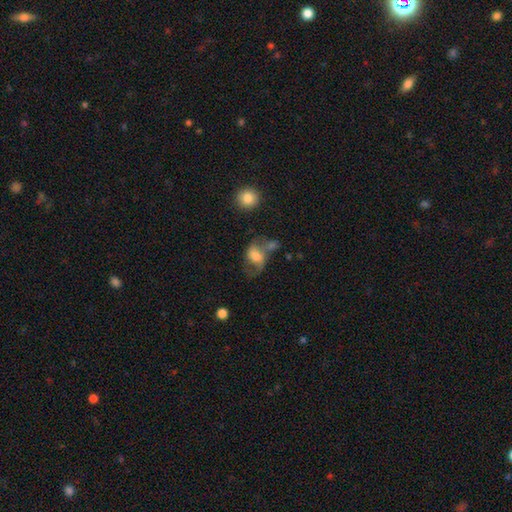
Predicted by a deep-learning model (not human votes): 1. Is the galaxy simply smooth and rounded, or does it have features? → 52% smooth, 38% featured or disk, 10% star or artifact.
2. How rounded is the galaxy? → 68% in between, 30% round, 2% cigar-shaped.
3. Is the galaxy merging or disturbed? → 33% none, 26% major disturbance, 21% minor disturbance, 20% merger.